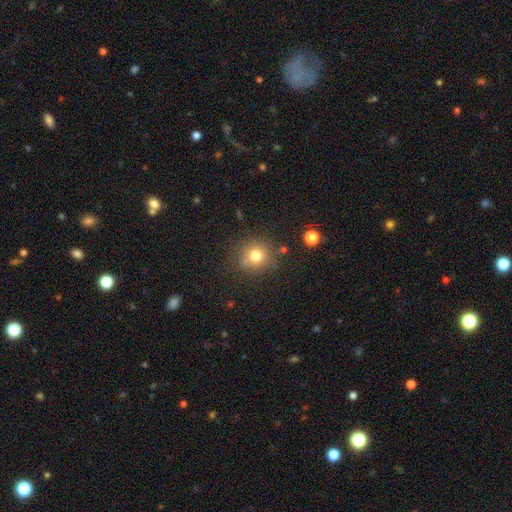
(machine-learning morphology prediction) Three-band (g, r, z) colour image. It shows a smooth galaxy with no disk features (77%) that is round (89%). Merging: none (78%).